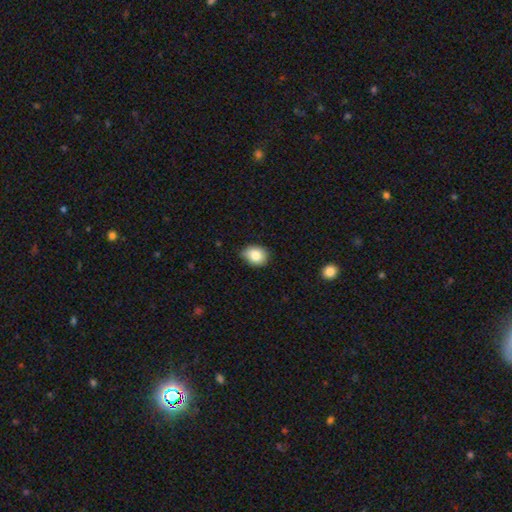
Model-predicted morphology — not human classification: The model was most divided on "how rounded": in between: 53%, round: 46%, cigar-shaped: 1%. More confident: smooth or featured — smooth (83%); merging — none (72%).